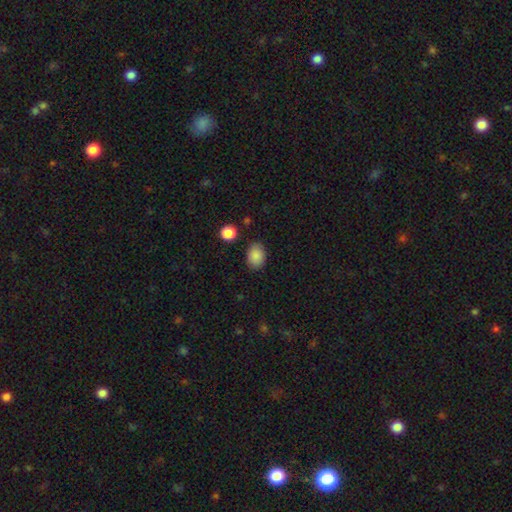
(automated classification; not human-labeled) smooth 87%, star or artifact 8%, featured or disk 5%. Down the decision tree: how rounded — in between (74%); merging — none (83%).